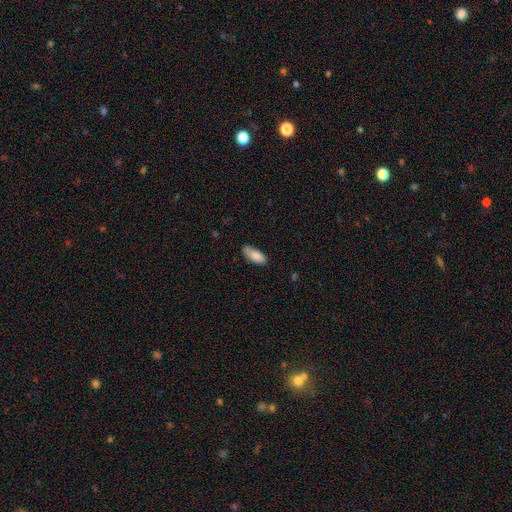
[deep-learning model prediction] A smooth galaxy with no disk features (85%) that is in between round and cigar-shaped (84%).

Vote fractions:
- Smooth or featured? smooth: 85% / featured or disk: 9% / star or artifact: 6%
- How rounded? in between: 84% / cigar-shaped: 14% / round: 2%
- Merging? none: 71% / minor disturbance: 23% / major disturbance: 4% / merger: 2%